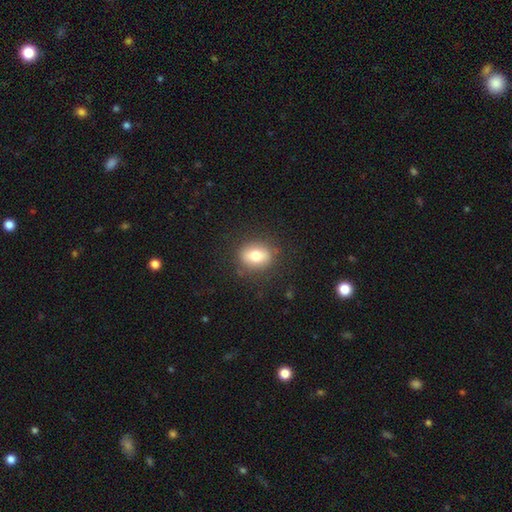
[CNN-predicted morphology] smooth-or-featured: smooth: 74% | featured or disk: 17% | star or artifact: 9%
  how-rounded: in between: 55% | round: 44% | cigar-shaped: 2%
  merging: none: 82% | minor disturbance: 12% | major disturbance: 4% | merger: 1%